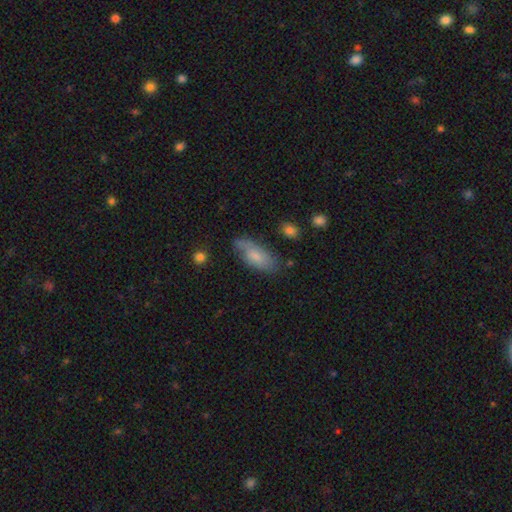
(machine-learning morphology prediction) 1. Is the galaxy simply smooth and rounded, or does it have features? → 69% smooth, 25% featured or disk, 7% star or artifact.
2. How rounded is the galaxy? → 84% in between, 14% cigar-shaped, 2% round.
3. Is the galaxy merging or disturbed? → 63% none, 25% minor disturbance, 7% major disturbance, 4% merger.